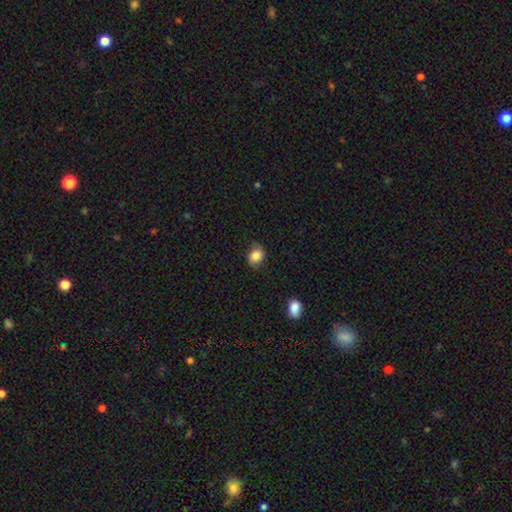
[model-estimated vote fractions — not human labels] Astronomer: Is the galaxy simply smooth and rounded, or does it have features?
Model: smooth — 73%.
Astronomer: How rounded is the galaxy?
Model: in between — 57% (runner-up: round, 42%).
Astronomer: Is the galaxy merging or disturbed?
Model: none — 70%.